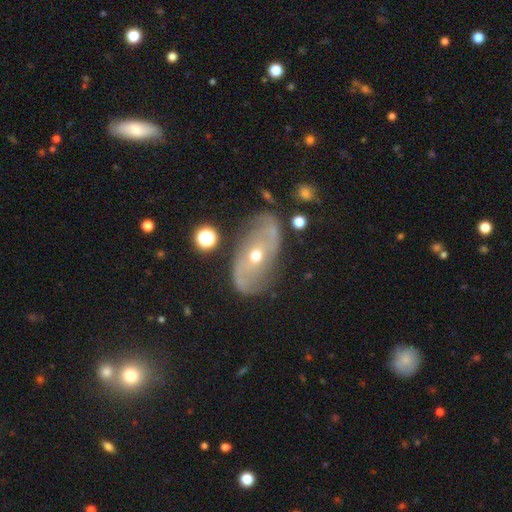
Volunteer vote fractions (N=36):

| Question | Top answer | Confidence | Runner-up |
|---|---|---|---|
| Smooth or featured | featured or disk | 89% | smooth (8%) |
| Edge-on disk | no | 88% | yes (12%) |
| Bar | no | 54% | weak (39%) |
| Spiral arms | yes | 93% | no (7%) |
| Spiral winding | tight | 58% | medium (27%) |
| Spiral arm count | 2 | 65% | can't tell (27%) |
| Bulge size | moderate | 64% | small (29%) |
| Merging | none | 80% | minor disturbance (17%) |